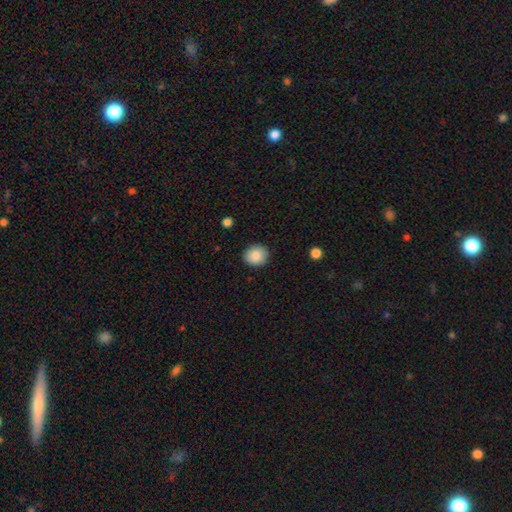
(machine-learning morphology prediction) A smooth galaxy with no disk features (87%) that is round (79%). Merging: none (89%).